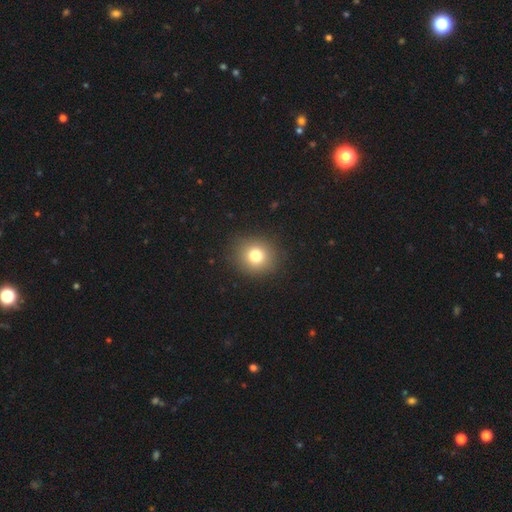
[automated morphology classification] A smooth galaxy with no disk features (78%) that is round (86%).

Vote fractions:
- Smooth or featured? smooth: 78% / star or artifact: 13% / featured or disk: 9%
- How rounded? round: 86% / in between: 13% / cigar-shaped: 1%
- Merging? none: 90% / minor disturbance: 6% / major disturbance: 2% / merger: 1%